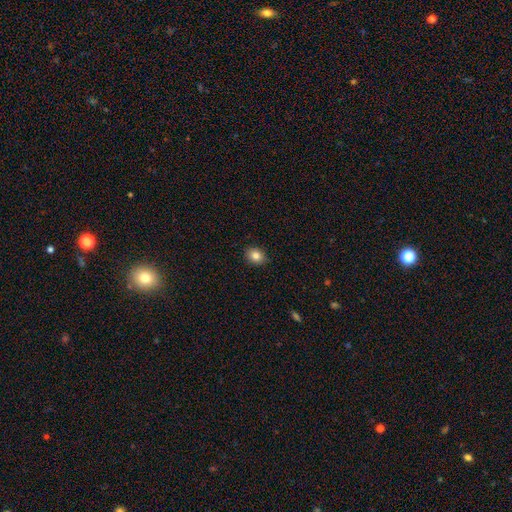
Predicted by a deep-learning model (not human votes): This appears to be a smooth galaxy with no disk features (83%) that is round (57%). Merging: none (87%).